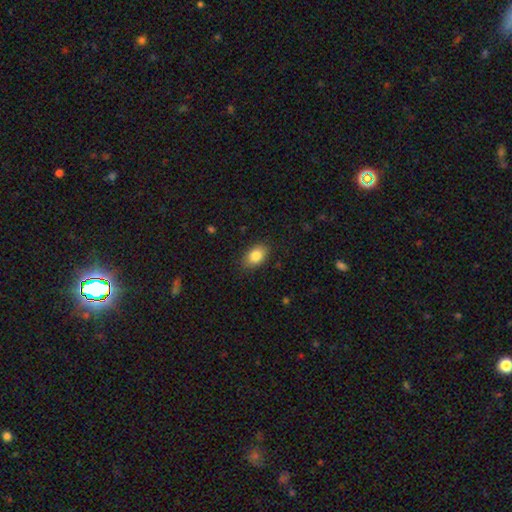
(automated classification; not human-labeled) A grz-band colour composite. It shows a smooth galaxy with no disk features (85%) that is in between round and cigar-shaped (85%). Merging: none (85%).